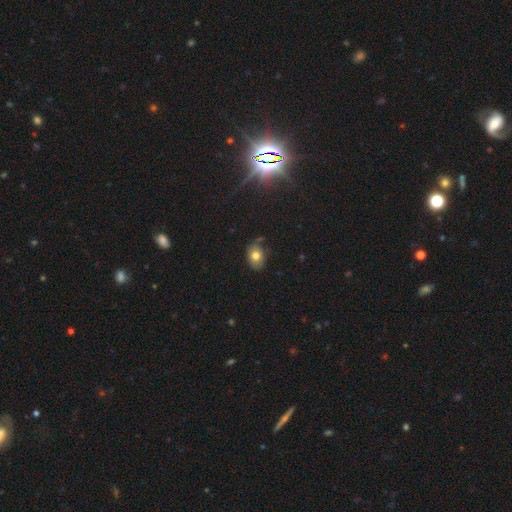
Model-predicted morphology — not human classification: smooth-or-featured: smooth: 76% | featured or disk: 13% | star or artifact: 11%
  how-rounded: in between: 72% | round: 27% | cigar-shaped: 1%
  merging: none: 74% | minor disturbance: 19% | major disturbance: 4% | merger: 3%